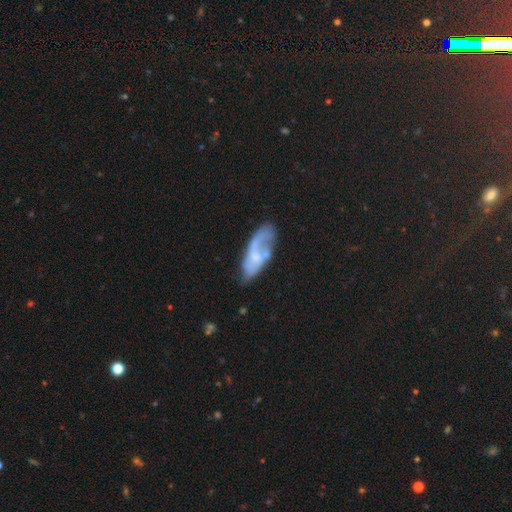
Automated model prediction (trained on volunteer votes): A featured or disk galaxy (59%) with no bar (65%), spiral arms (67%) and a small central bulge (43%). Merging: none (42%).